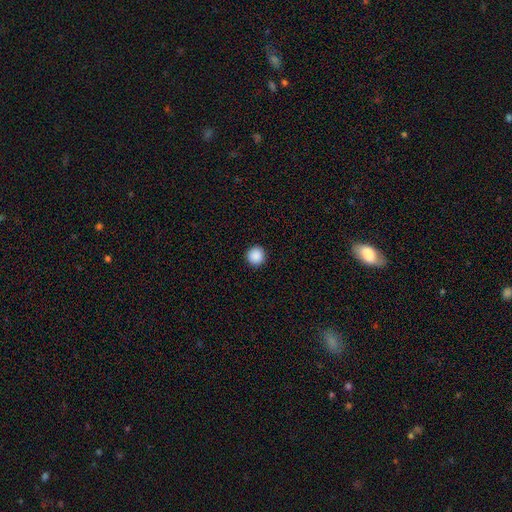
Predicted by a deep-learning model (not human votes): This appears to be a smooth galaxy with no disk features (89%) that is round (96%). Merging: none (93%).